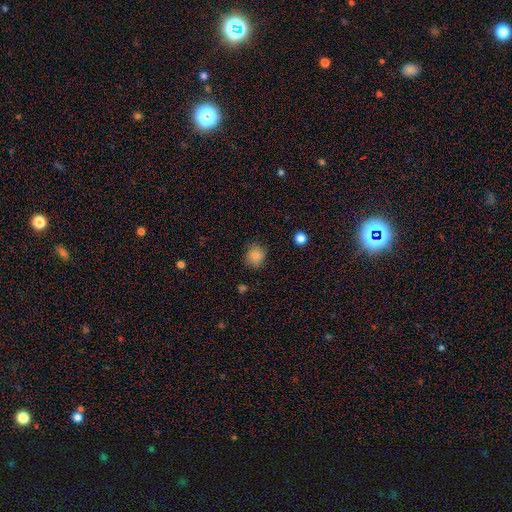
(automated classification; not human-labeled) Smooth or featured?
  - smooth: 85% *
  - star or artifact: 11%
  - featured or disk: 5%
How rounded?
  - round: 82% *
  - in between: 17%
  - cigar-shaped: 1%
Merging?
  - none: 82% *
  - minor disturbance: 13%
  - major disturbance: 3%
  - merger: 1%